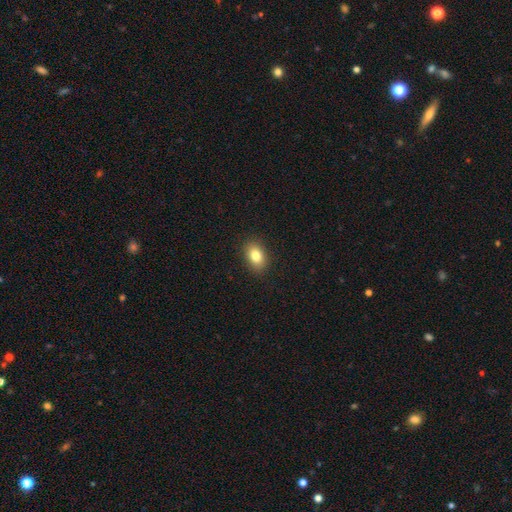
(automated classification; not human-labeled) A smooth galaxy with no disk features (83%) that is in between round and cigar-shaped (83%).

Vote fractions:
- Smooth or featured? smooth: 83% / star or artifact: 9% / featured or disk: 8%
- How rounded? in between: 83% / round: 15% / cigar-shaped: 2%
- Merging? none: 89% / minor disturbance: 8% / major disturbance: 2% / merger: 1%